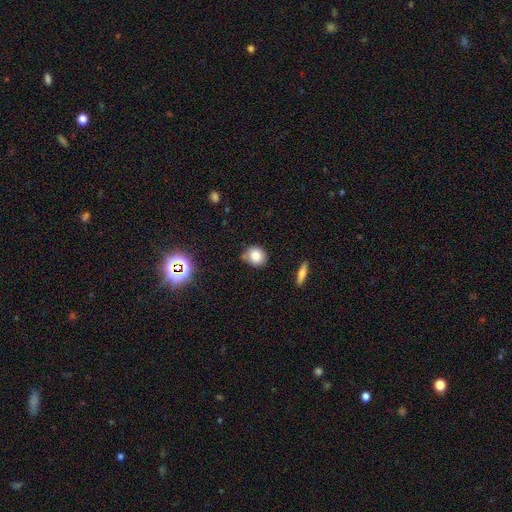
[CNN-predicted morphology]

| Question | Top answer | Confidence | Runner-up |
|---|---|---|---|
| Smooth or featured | smooth | 81% | star or artifact (11%) |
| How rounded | round | 72% | in between (26%) |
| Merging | none | 60% | minor disturbance (30%) |